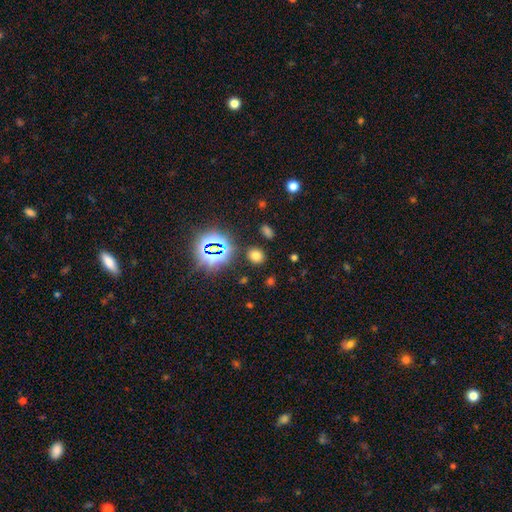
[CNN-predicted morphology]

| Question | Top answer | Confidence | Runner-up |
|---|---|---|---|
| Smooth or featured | smooth | 66% | star or artifact (28%) |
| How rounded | round | 67% | in between (31%) |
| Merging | none | 86% | minor disturbance (8%) |